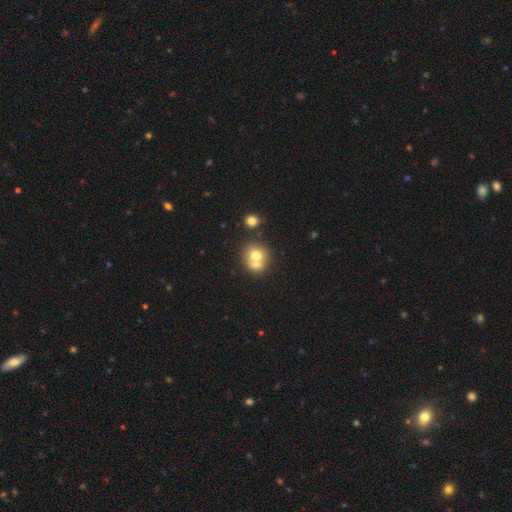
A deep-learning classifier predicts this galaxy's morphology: Smooth or featured?
  - smooth: 68% *
  - featured or disk: 22%
  - star or artifact: 10%
How rounded?
  - round: 81% *
  - in between: 18%
  - cigar-shaped: 1%
Merging?
  - merger: 55% *
  - none: 35%
  - minor disturbance: 7%
  - major disturbance: 3%